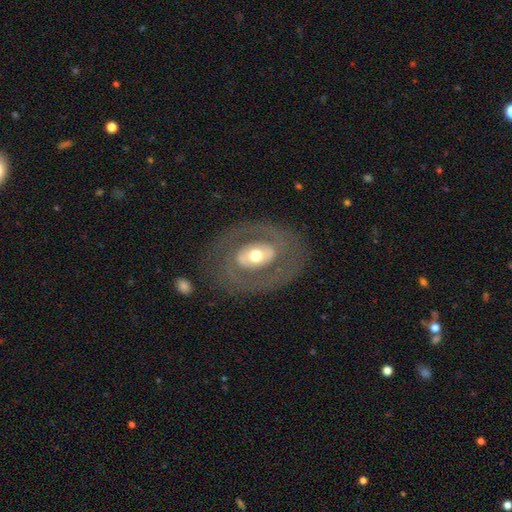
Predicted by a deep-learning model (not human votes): A featured or disk galaxy (70%) with no bar (56%), no spiral arms (59%) and a moderate central bulge (66%). Merging: none (77%).